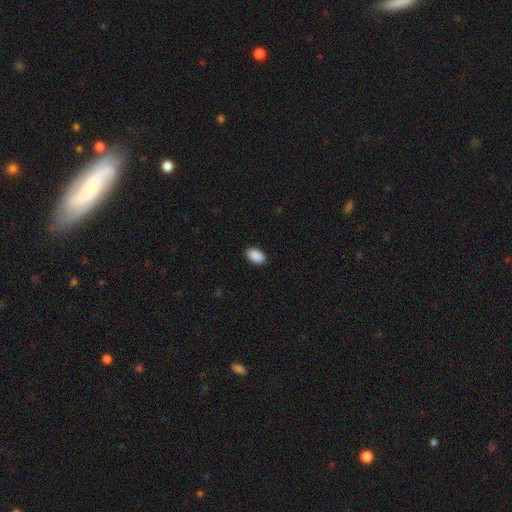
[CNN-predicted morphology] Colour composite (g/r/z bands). It shows a smooth galaxy with no disk features (91%) that is in between round and cigar-shaped (92%). Merging: none (90%).